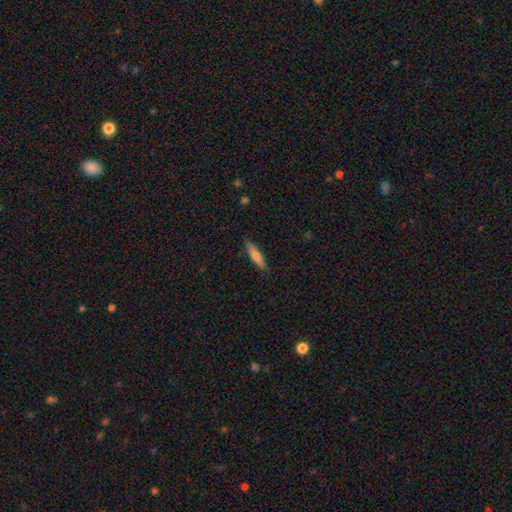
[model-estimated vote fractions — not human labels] A smooth galaxy with no disk features (63%) that is cigar-shaped (85%).

Vote fractions:
- Smooth or featured? smooth: 63% / featured or disk: 31% / star or artifact: 6%
- How rounded? cigar-shaped: 85% / in between: 14% / round: 2%
- Merging? none: 87% / minor disturbance: 10% / major disturbance: 2% / merger: 1%